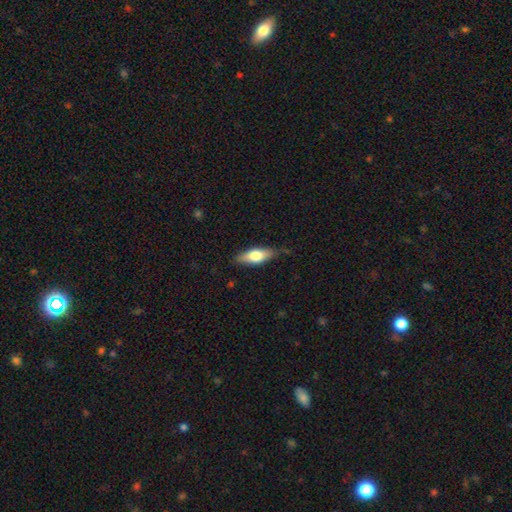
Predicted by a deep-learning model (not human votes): Smooth or featured?
  - smooth: 63% *
  - featured or disk: 31%
  - star or artifact: 6%
How rounded?
  - in between: 65% *
  - cigar-shaped: 32%
  - round: 3%
Merging?
  - none: 80% *
  - minor disturbance: 15%
  - major disturbance: 3%
  - merger: 1%